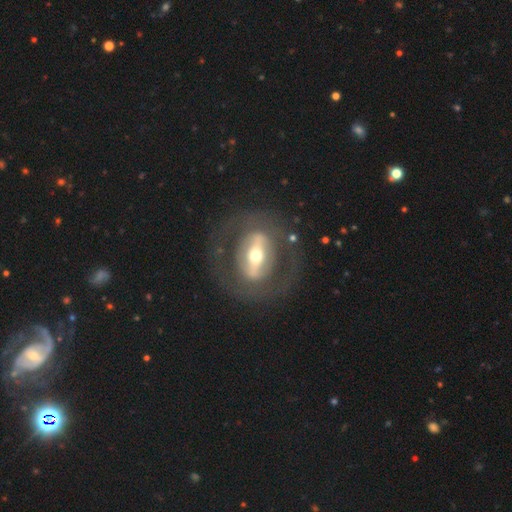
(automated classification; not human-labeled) smooth-or-featured: featured or disk: 74% | smooth: 20% | star or artifact: 6%
  disk-edge-on: no: 88% | yes: 12%
    bar: strong: 63% | weak: 20% | no: 17%
    has-spiral-arms: no: 71% | yes: 29%
    bulge-size: moderate: 59% | small: 29% | large: 9% | dominant: 2% | none: 1%
  merging: none: 75% | major disturbance: 13% | minor disturbance: 11% | merger: 1%